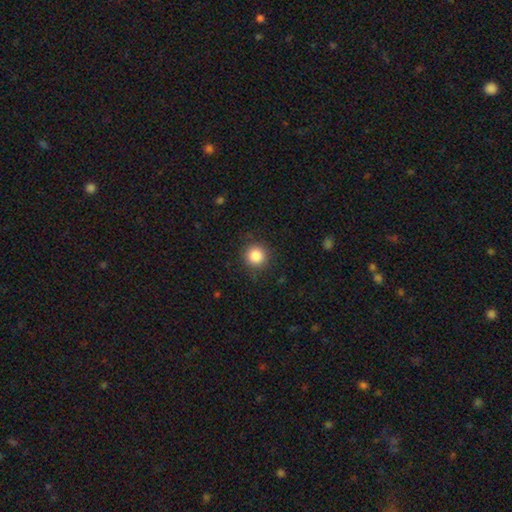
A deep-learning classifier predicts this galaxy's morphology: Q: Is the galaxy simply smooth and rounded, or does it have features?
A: smooth — 86%.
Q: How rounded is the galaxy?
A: round — 94%.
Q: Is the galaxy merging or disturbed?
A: none — 90%.